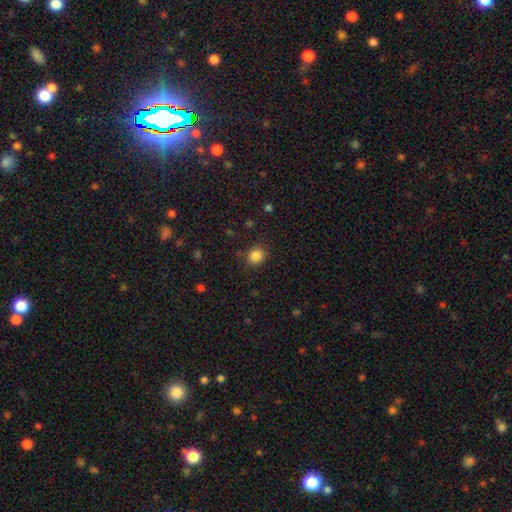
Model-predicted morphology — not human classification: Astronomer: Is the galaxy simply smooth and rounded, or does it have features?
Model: smooth — 85%.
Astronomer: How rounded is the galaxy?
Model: round — 74%.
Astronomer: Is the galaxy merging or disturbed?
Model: none — 86%.